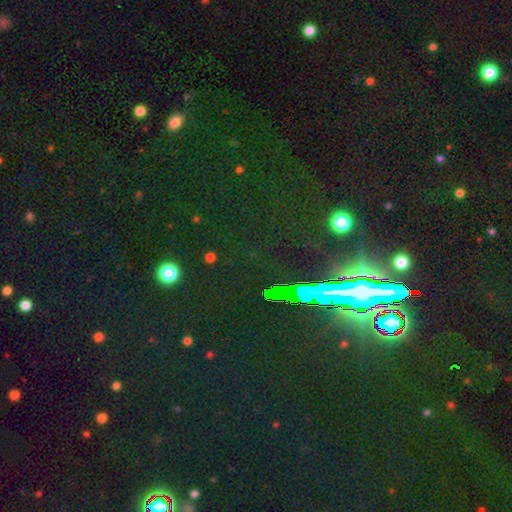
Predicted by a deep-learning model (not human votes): The model was most divided on "smooth or featured": star or artifact: 78%, smooth: 12%, featured or disk: 10%.